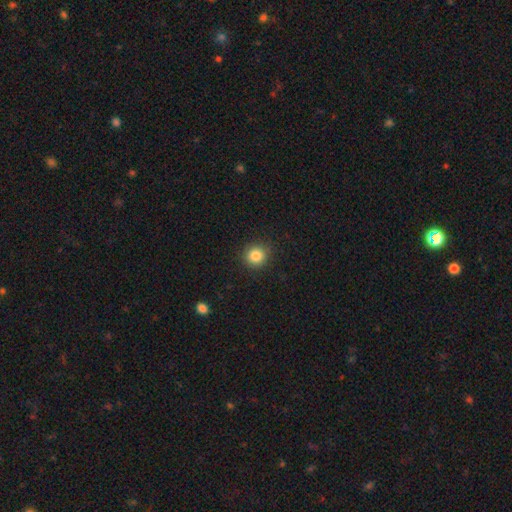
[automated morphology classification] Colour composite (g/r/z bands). It shows a smooth galaxy with no disk features (84%) that is round (90%). Merging: none (90%).